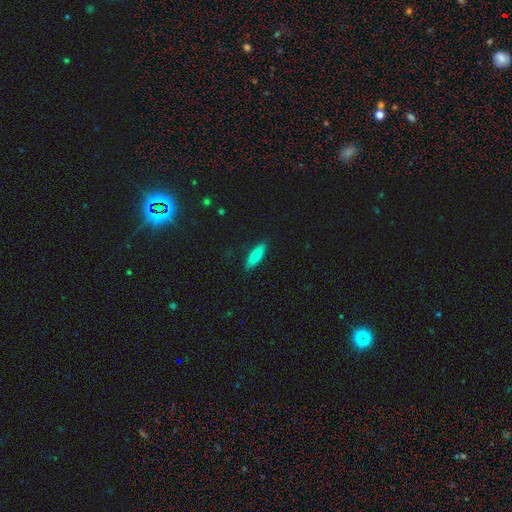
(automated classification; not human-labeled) Smooth or featured? Predicted: smooth (p=0.79). How rounded? Predicted: cigar-shaped (p=0.52). Merging? Predicted: none (p=0.88).